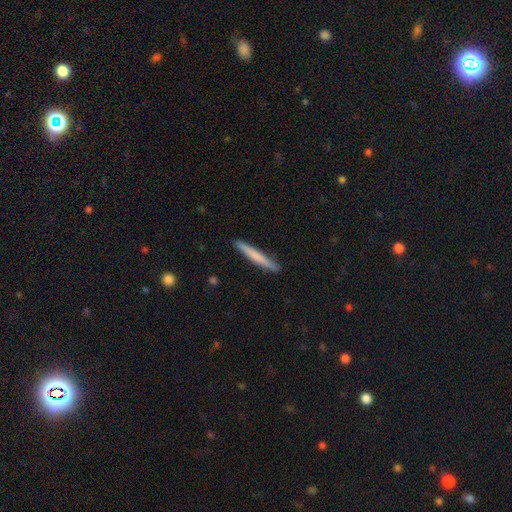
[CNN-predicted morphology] smooth_or_featured: smooth (p=0.68) [alt: featured or disk p=0.27]
how_rounded: cigar-shaped (p=0.97) [alt: in between p=0.02]
merging: none (p=0.91) [alt: minor disturbance p=0.07]